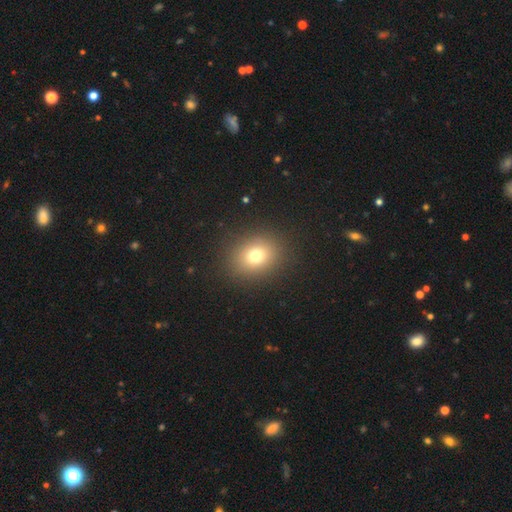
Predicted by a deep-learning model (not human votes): Smooth or featured: smooth — 74% (star or artifact — 15%)
How rounded: round — 58% (in between — 41%)
Merging: none — 88% (minor disturbance — 7%)